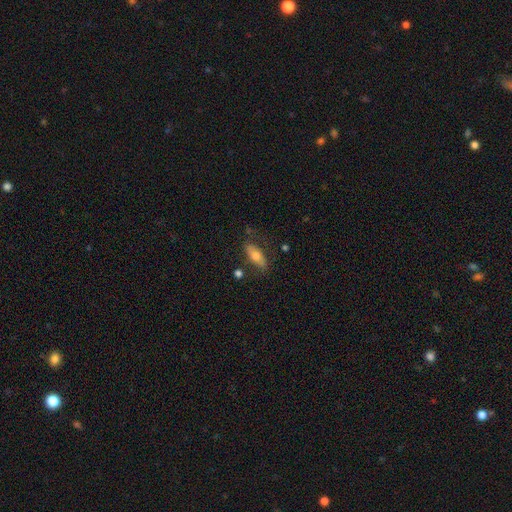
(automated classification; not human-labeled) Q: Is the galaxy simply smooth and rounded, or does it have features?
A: smooth — 61%.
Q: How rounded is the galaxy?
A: in between — 71%.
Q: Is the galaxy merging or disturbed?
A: none — 70%.